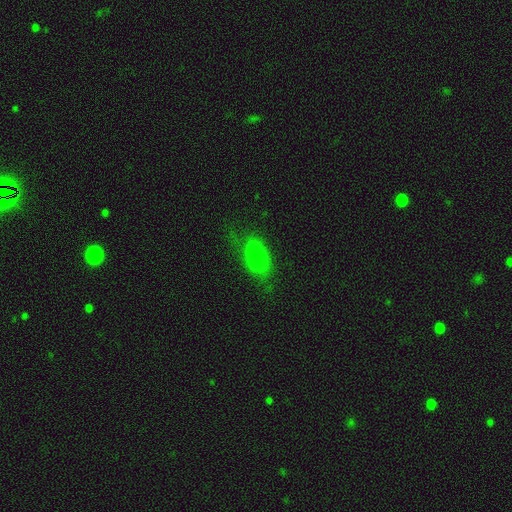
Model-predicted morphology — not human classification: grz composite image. It shows a smooth galaxy with no disk features (75%) that is in between round and cigar-shaped (89%). Merging: none (60%).